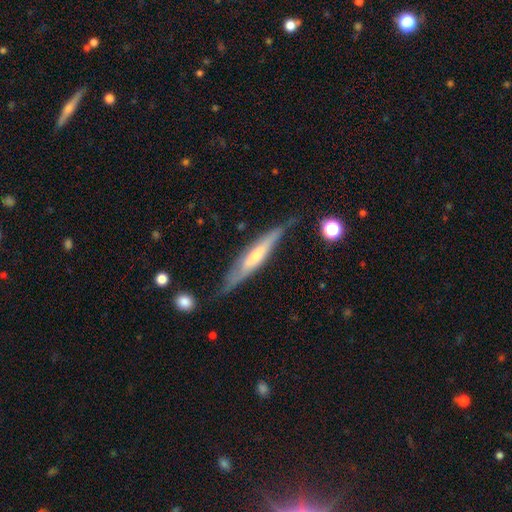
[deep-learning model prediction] smooth_or_featured: featured or disk (p=0.58) [alt: smooth p=0.37]
disk_edge_on: yes (p=0.86) [alt: no p=0.14]
merging: none (p=0.73) [alt: minor disturbance p=0.20]